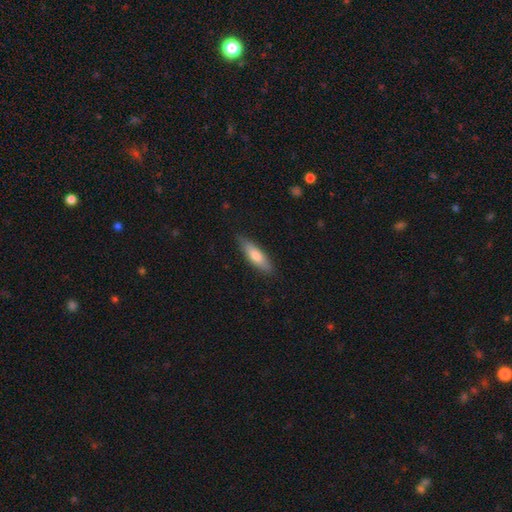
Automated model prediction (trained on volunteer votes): smooth-or-featured: smooth: 70% | featured or disk: 24% | star or artifact: 5%
  how-rounded: cigar-shaped: 59% | in between: 39% | round: 2%
  merging: none: 83% | minor disturbance: 14% | major disturbance: 2% | merger: 1%